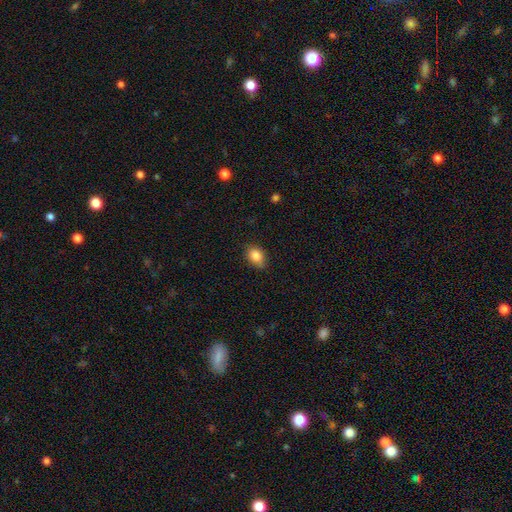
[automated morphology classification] A smooth galaxy with no disk features (84%) that is in between round and cigar-shaped (70%). Merging: none (75%).